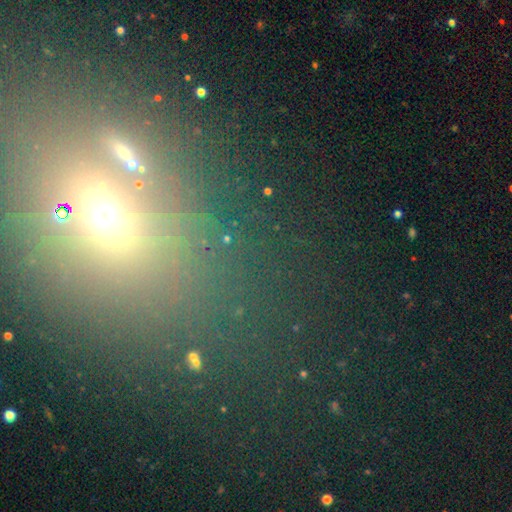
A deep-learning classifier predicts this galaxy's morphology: A star or artifact, not a galaxy (55%).

Vote fractions:
- Smooth or featured? star or artifact: 55% / smooth: 33% / featured or disk: 12%